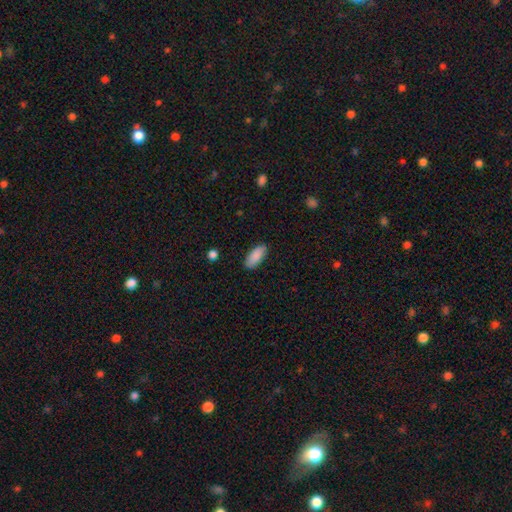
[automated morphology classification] This appears to be a smooth galaxy with no disk features (89%) that is in between round and cigar-shaped (84%). Merging: none (87%).